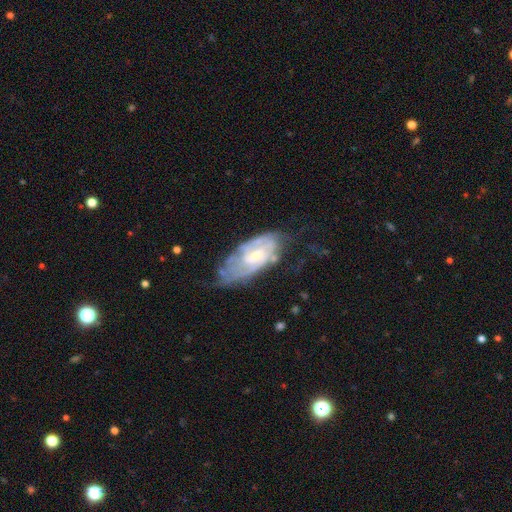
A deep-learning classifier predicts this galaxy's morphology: Smooth or featured? featured or disk (74%)
Edge-on disk? no (93%)
Bar? no (50%)
Spiral arms? yes (82%)
Spiral winding? tight (57%)
Spiral arm count? can't tell (50%)
Bulge size? small (53%)
Merging? none (51%)